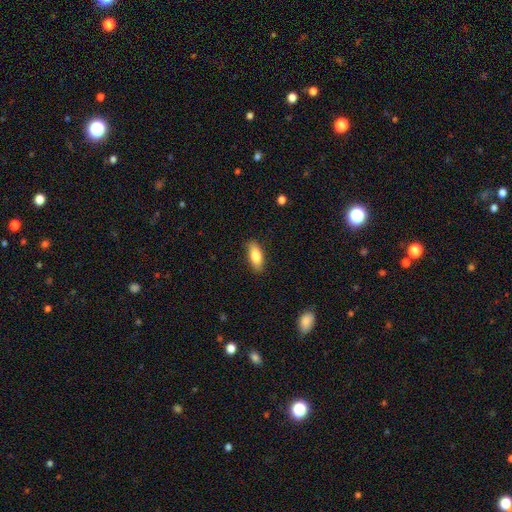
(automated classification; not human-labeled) Smooth or featured? Predicted: smooth (p=0.83). How rounded? Predicted: in between (p=0.81). Merging? Predicted: none (p=0.85).